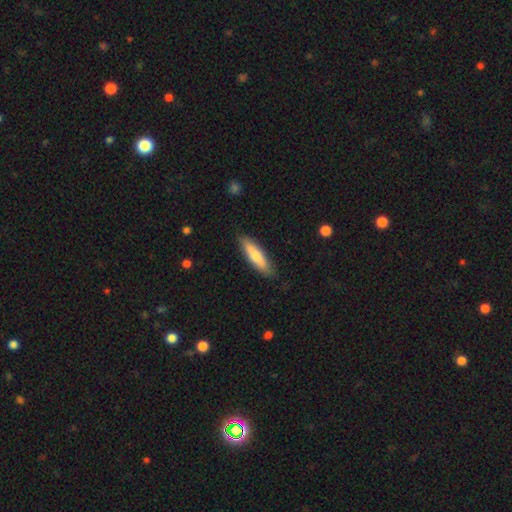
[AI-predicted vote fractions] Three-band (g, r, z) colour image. It shows a smooth galaxy with no disk features (73%) that is cigar-shaped (67%). Merging: none (85%).